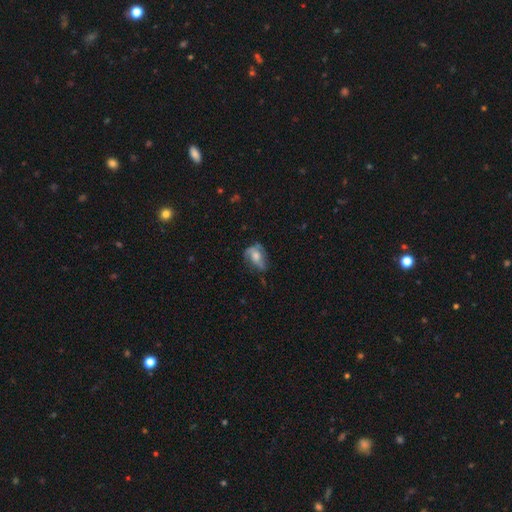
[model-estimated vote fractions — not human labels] smooth 47%, featured or disk 44%, star or artifact 9%. Down the decision tree: merging — none (41%).